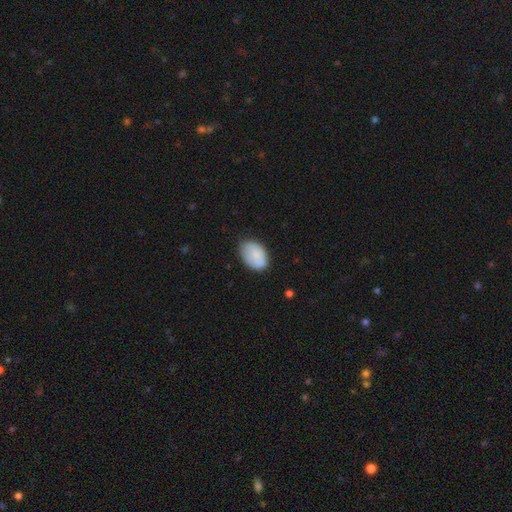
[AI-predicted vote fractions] This is clearly a smooth galaxy (83%). How rounded: clearly in between (87%). Merging: likely none (71%).